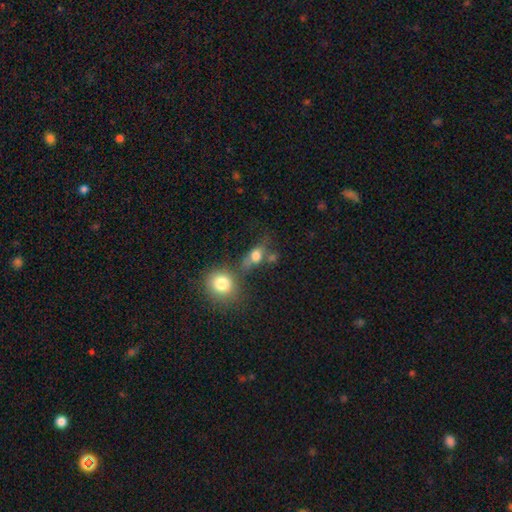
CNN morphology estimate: Smooth or featured: smooth — 72% (featured or disk — 15%)
How rounded: in between — 52% (round — 42%)
Merging: none — 45% (merger — 29%)